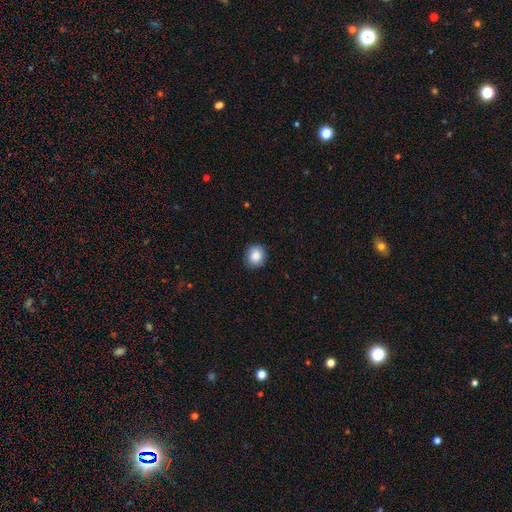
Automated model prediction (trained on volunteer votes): This appears to be a smooth galaxy with no disk features (86%) that is round (81%). Merging: none (87%).